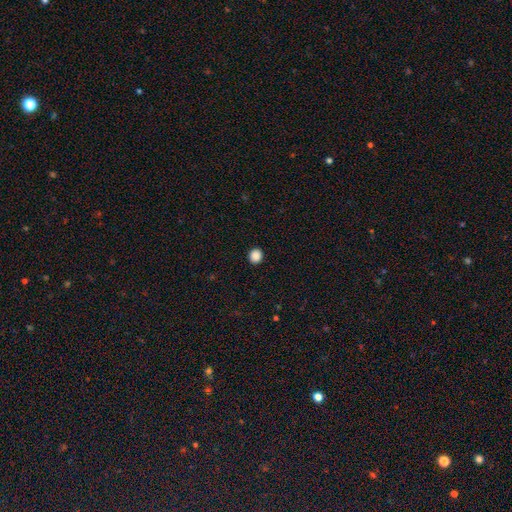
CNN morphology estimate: Smooth or featured: smooth — 88% (star or artifact — 9%)
How rounded: round — 85% (in between — 14%)
Merging: none — 93% (minor disturbance — 4%)